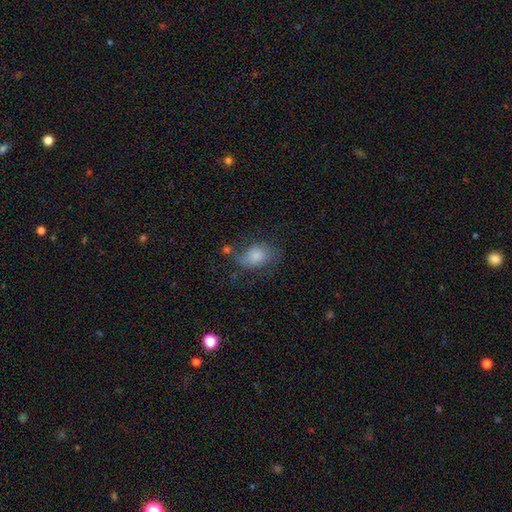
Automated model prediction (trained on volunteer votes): Smooth or featured: smooth — 70% (featured or disk — 21%)
How rounded: in between — 69% (round — 30%)
Merging: none — 42% (minor disturbance — 28%)